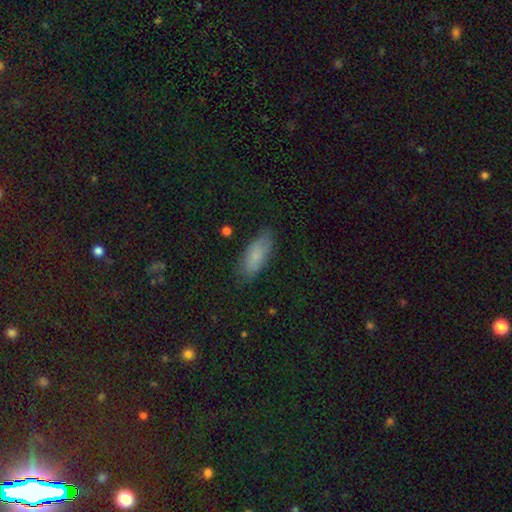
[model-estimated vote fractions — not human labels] smooth-or-featured: smooth: 83% | featured or disk: 11% | star or artifact: 7%
  how-rounded: in between: 75% | cigar-shaped: 23% | round: 2%
  merging: none: 81% | minor disturbance: 15% | major disturbance: 3% | merger: 1%